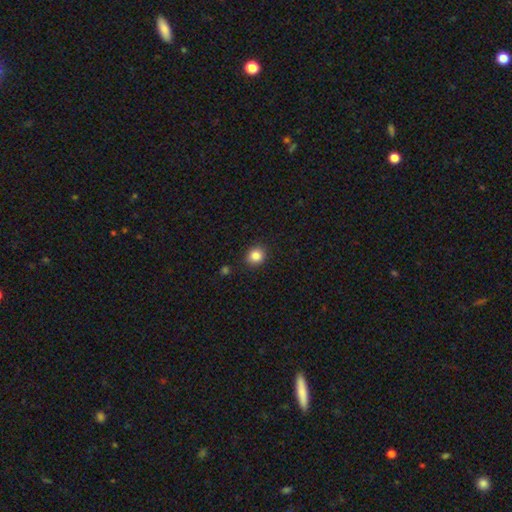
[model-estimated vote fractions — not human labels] A smooth galaxy with no disk features (85%) that is round (83%). Merging: none (88%).